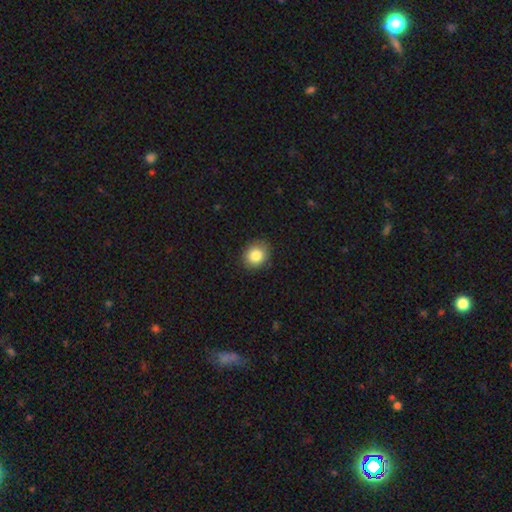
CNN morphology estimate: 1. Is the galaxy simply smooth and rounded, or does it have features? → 84% smooth, 9% star or artifact, 6% featured or disk.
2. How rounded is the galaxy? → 80% round, 19% in between, 1% cigar-shaped.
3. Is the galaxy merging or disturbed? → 88% none, 9% minor disturbance, 2% major disturbance, 1% merger.